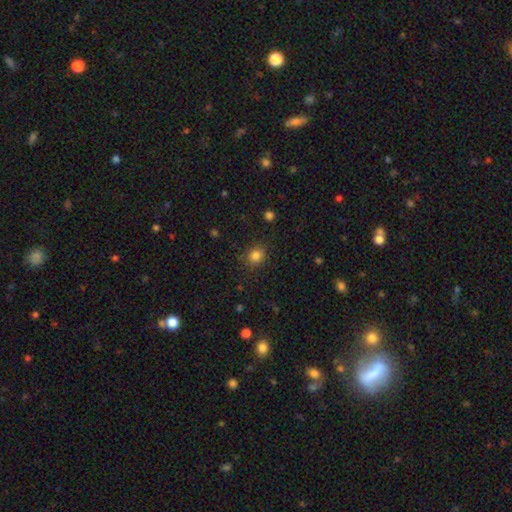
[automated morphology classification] A smooth galaxy with no disk features (83%) that is round (79%).

Vote fractions:
- Smooth or featured? smooth: 83% / star or artifact: 12% / featured or disk: 5%
- How rounded? round: 79% / in between: 20% / cigar-shaped: 1%
- Merging? none: 85% / minor disturbance: 10% / major disturbance: 3% / merger: 1%